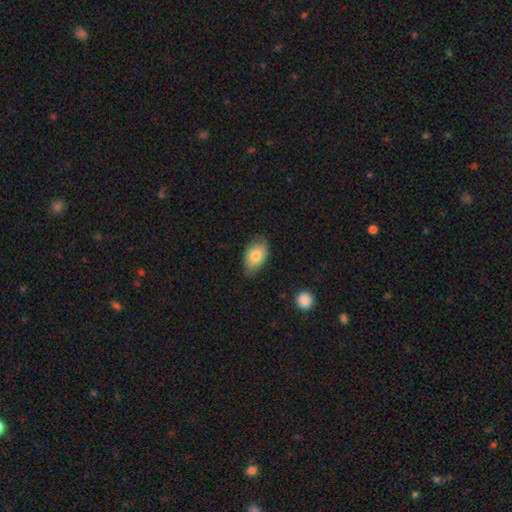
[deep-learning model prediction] Smooth or featured? Predicted: smooth (p=0.80). How rounded? Predicted: in between (p=0.90). Merging? Predicted: none (p=0.75).